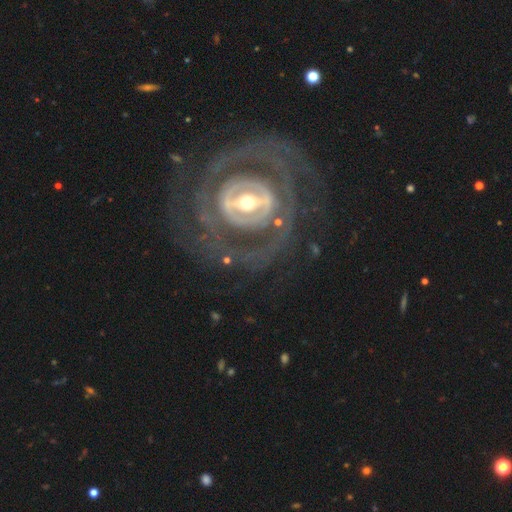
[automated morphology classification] Smooth or featured? Predicted: featured or disk (p=0.86). Edge-on disk? Predicted: no (p=0.95). Bar? Predicted: strong (p=0.43). Spiral arms? Predicted: yes (p=0.79). Spiral winding? Predicted: tight (p=0.67). Spiral arm count? Predicted: 2 (p=0.36). Bulge size? Predicted: moderate (p=0.52). Merging? Predicted: none (p=0.76).